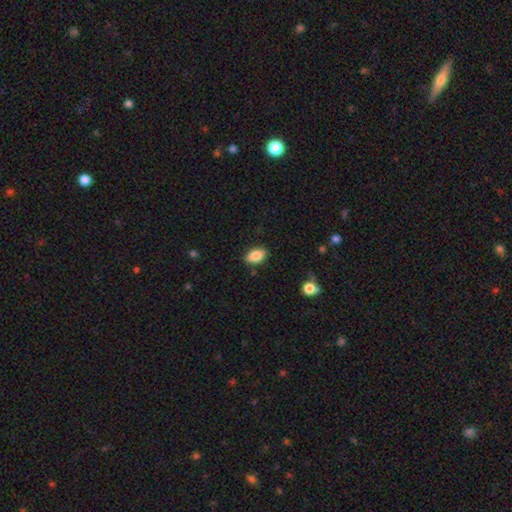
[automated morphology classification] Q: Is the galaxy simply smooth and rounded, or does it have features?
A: smooth — 85%.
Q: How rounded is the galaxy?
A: in between — 90%.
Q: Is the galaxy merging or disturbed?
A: none — 85%.